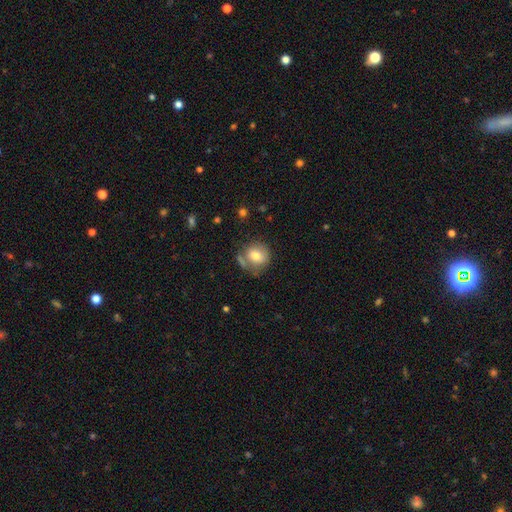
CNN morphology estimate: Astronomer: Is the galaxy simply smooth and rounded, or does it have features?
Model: smooth — 74%.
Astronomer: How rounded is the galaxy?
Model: round — 83%.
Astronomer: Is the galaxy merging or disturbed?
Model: none — 63%.